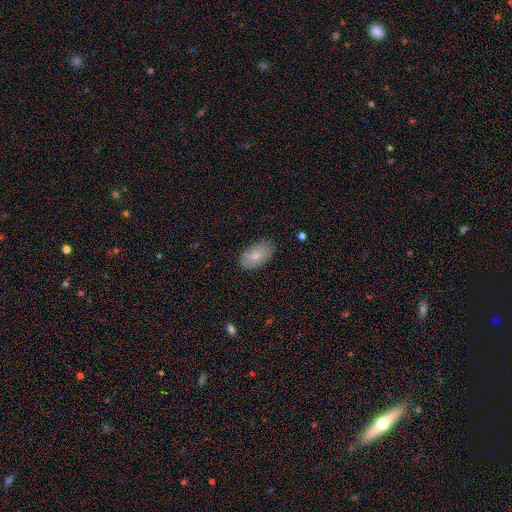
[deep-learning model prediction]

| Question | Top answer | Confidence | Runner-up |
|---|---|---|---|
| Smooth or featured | smooth | 79% | featured or disk (15%) |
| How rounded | in between | 94% | round (4%) |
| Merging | none | 82% | minor disturbance (14%) |